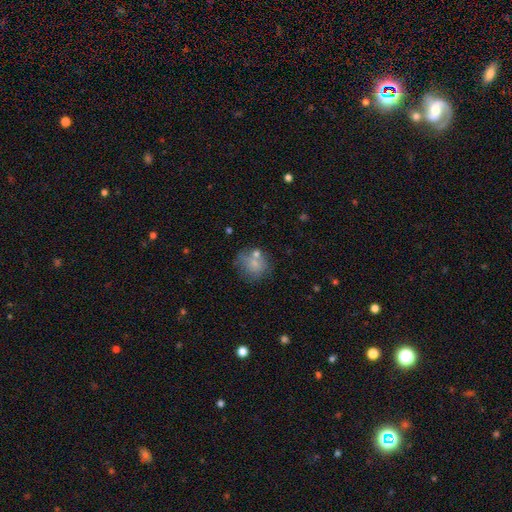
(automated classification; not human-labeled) A smooth galaxy with no disk features (61%) that is round (79%).

Vote fractions:
- Smooth or featured? smooth: 61% / featured or disk: 23% / star or artifact: 16%
- How rounded? round: 79% / in between: 19% / cigar-shaped: 1%
- Merging? none: 61% / minor disturbance: 18% / merger: 13% / major disturbance: 8%